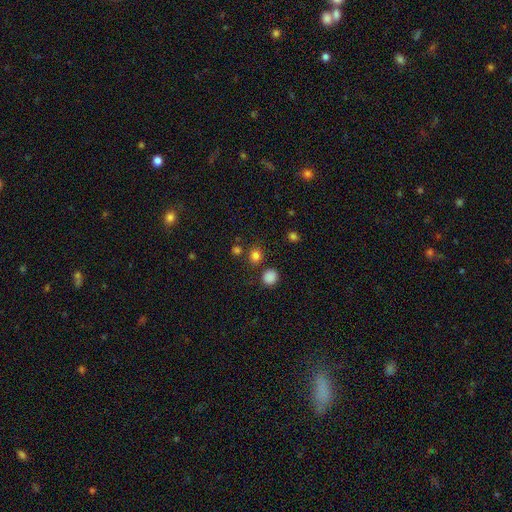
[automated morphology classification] type=smooth (80%); roundness=round (82%); merging=none (80%).